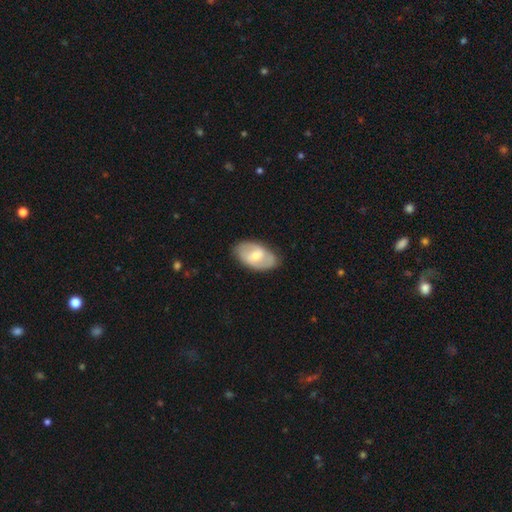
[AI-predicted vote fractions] A featured or disk galaxy (57%) with a weak bar (46%), spiral arms (68%) and a moderate central bulge (55%).

Vote fractions:
- Smooth or featured? featured or disk: 57% / smooth: 37% / star or artifact: 6%
- Edge-on disk? no: 93% / yes: 7%
- Bar? weak: 46% / no: 40% / strong: 14%
- Spiral arms? yes: 68% / no: 32%
- Bulge size? moderate: 55% / small: 40% / large: 2% / none: 1% / dominant: 1%
- Merging? none: 79% / minor disturbance: 16% / major disturbance: 4% / merger: 1%